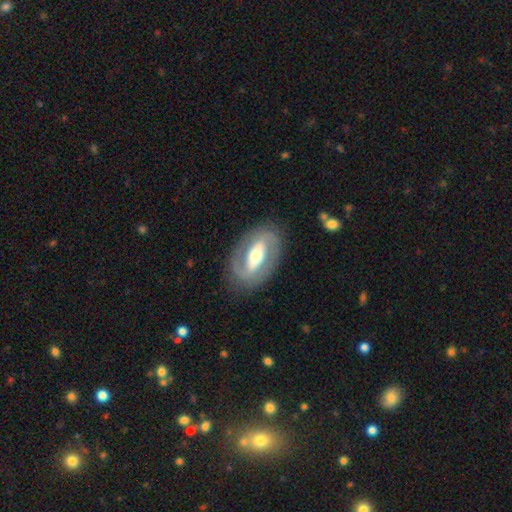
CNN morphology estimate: Smooth or featured? featured or disk (77%)
Edge-on disk? no (93%)
Bar? strong (51%)
Spiral arms? yes (73%)
Spiral winding? medium (42%)
Spiral arm count? 2 (83%)
Bulge size? moderate (65%)
Merging? none (83%)